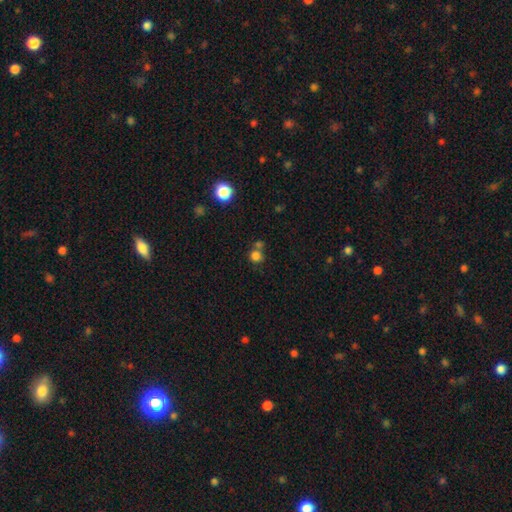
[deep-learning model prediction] smooth-or-featured: smooth: 77% | star or artifact: 16% | featured or disk: 7%
  how-rounded: round: 88% | in between: 11% | cigar-shaped: 1%
  merging: none: 55% | merger: 32% | minor disturbance: 9% | major disturbance: 5%